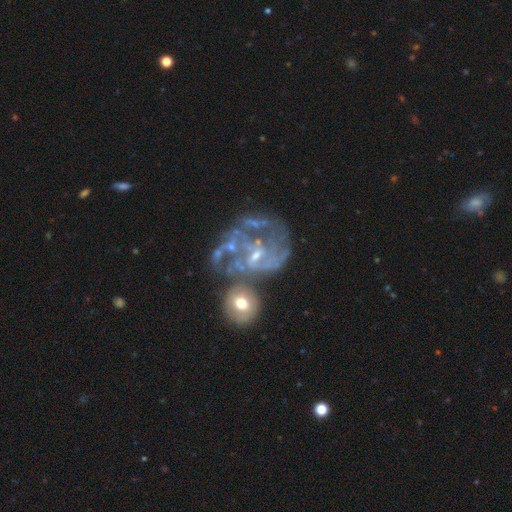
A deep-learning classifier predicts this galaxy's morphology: Smooth or featured: featured or disk — 79% (star or artifact — 11%)
Edge-on disk: no — 97% (yes — 3%)
Bar: no — 55% (weak — 31%)
Spiral arms: yes — 82% (no — 18%)
Spiral winding: tight — 52% (medium — 35%)
Spiral arm count: 2 — 35% (can't tell — 27%)
Bulge size: small — 62% (moderate — 30%)
Merging: merger — 40% (none — 34%)